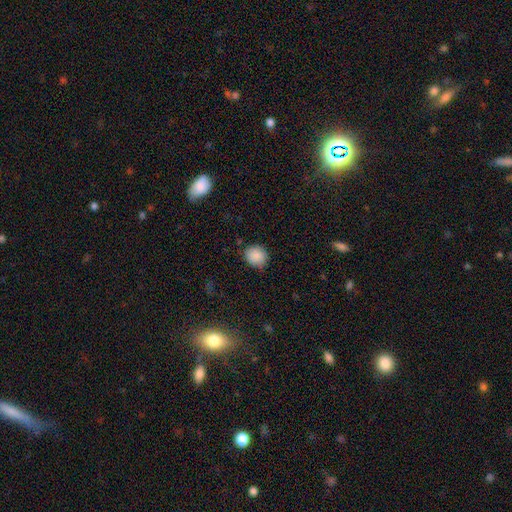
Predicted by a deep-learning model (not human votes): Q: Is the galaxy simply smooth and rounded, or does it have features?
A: smooth — 87%.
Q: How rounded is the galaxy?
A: round — 78%.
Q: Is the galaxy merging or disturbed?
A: none — 81%.